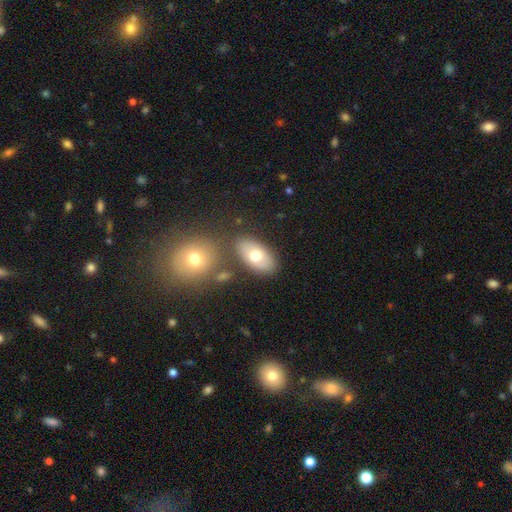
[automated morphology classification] Smooth or featured?
  - smooth: 69% *
  - featured or disk: 24%
  - star or artifact: 8%
How rounded?
  - in between: 91% *
  - round: 7%
  - cigar-shaped: 2%
Merging?
  - none: 75% *
  - minor disturbance: 11%
  - merger: 10%
  - major disturbance: 4%